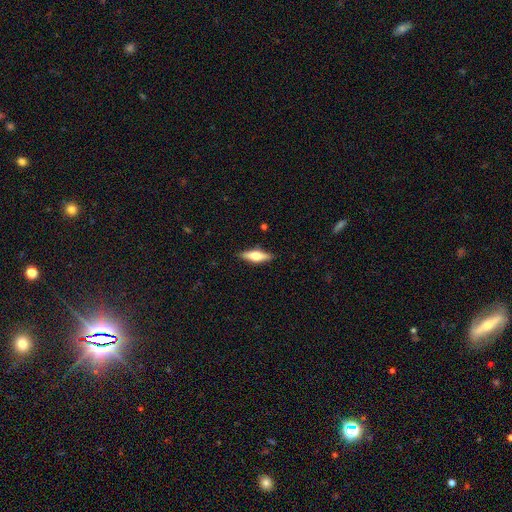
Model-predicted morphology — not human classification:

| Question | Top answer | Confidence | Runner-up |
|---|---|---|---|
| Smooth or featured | smooth | 50% | featured or disk (44%) |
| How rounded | cigar-shaped | 53% | in between (45%) |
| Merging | none | 87% | minor disturbance (10%) |